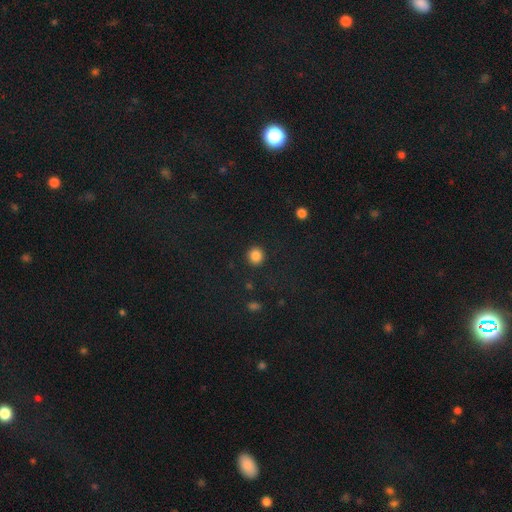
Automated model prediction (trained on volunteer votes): Smooth or featured? smooth (85%)
How rounded? round (93%)
Merging? none (92%)